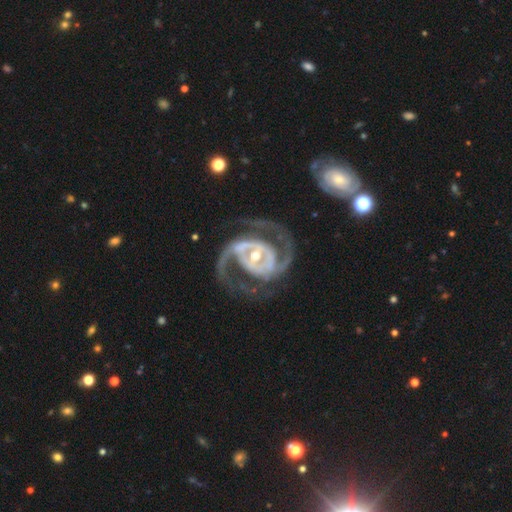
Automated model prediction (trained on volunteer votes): This appears to be a featured or disk galaxy (93%) with a strong bar (41%), 2 (87%) medium (57%) spiral arms (97%) and a moderate central bulge (57%). Merging: none (68%).